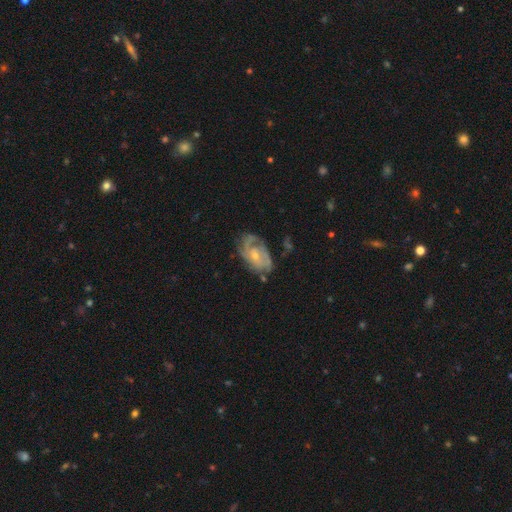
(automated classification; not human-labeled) The model was most divided on "spiral winding": tight: 47%, medium: 37%, loose: 16%. Remaining: edge-on disk — no (96%); spiral arms — yes (83%); smooth or featured — featured or disk (74%); bar — no (71%); bulge size — small (62%); merging — none (53%); spiral arm count — can't tell (38%).